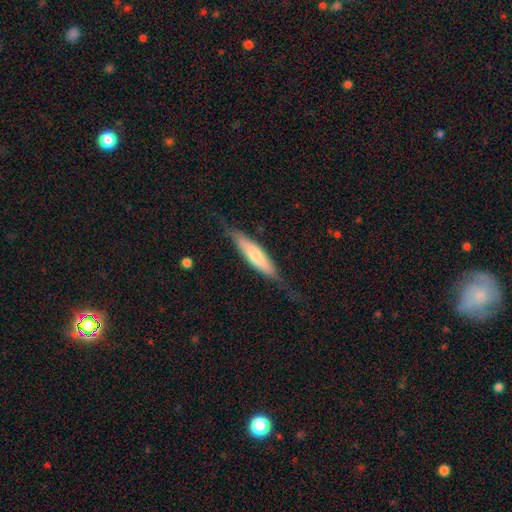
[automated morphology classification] The model was most divided on "smooth or featured": smooth: 63%, featured or disk: 32%, star or artifact: 5%. More confident: how rounded — cigar-shaped (74%); merging — none (72%).